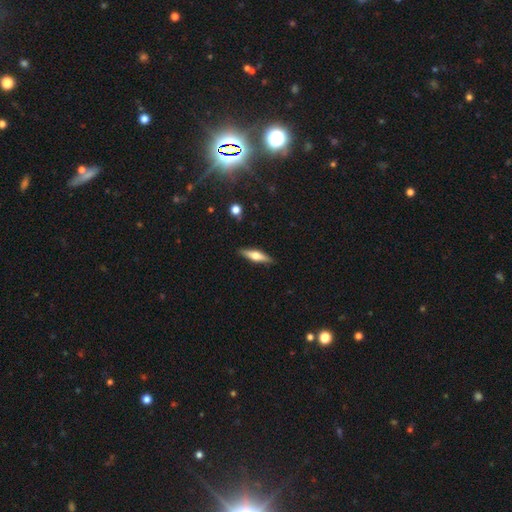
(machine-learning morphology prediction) smooth-or-featured: featured or disk: 53% | smooth: 41% | star or artifact: 6%
  disk-edge-on: yes: 94% | no: 6%
  merging: none: 89% | minor disturbance: 8% | major disturbance: 2% | merger: 1%